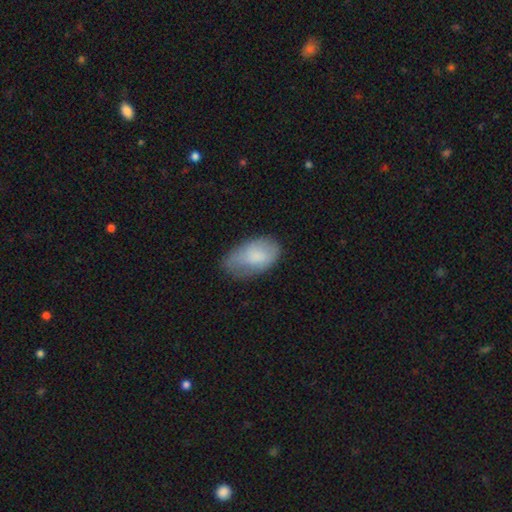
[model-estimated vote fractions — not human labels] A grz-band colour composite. It shows a smooth galaxy with no disk features (78%) that is in between round and cigar-shaped (94%). Merging: none (50%).